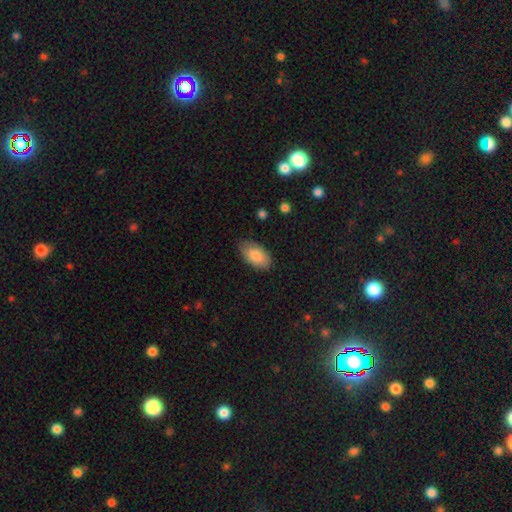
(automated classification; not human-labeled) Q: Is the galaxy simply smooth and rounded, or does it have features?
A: smooth — 84%.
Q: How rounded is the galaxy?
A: in between — 94%.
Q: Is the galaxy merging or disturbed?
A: none — 81%.